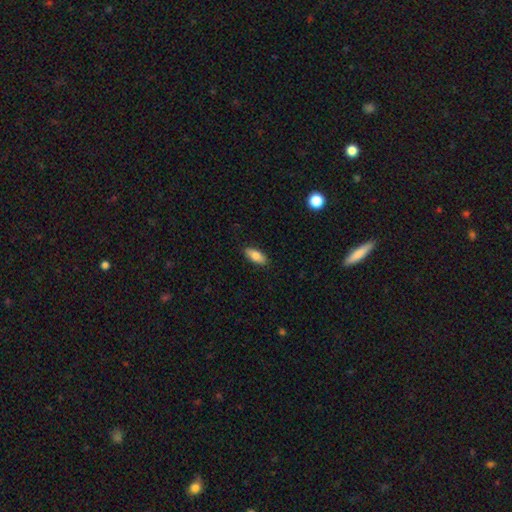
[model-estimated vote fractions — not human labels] smooth_or_featured: smooth (p=0.82) [alt: featured or disk p=0.12]
how_rounded: in between (p=0.84) [alt: cigar-shaped p=0.13]
merging: none (p=0.88) [alt: minor disturbance p=0.09]